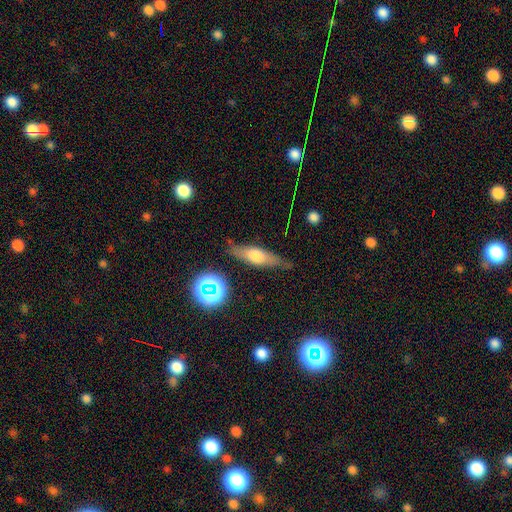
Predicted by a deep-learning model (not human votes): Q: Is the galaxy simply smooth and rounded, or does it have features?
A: smooth — 48%.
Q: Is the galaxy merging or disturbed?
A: none — 75%.